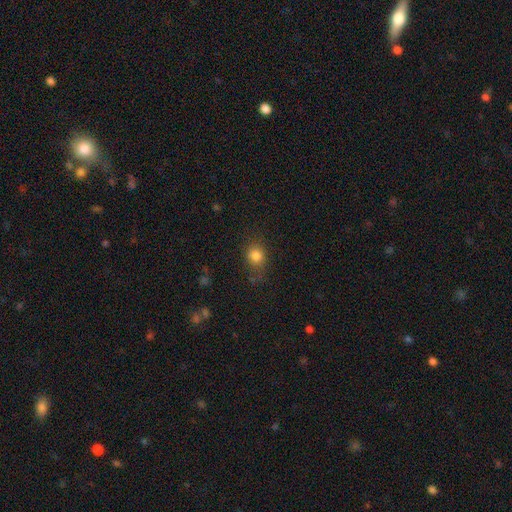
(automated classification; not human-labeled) A smooth galaxy with no disk features (81%) that is round (65%). Merging: none (69%).